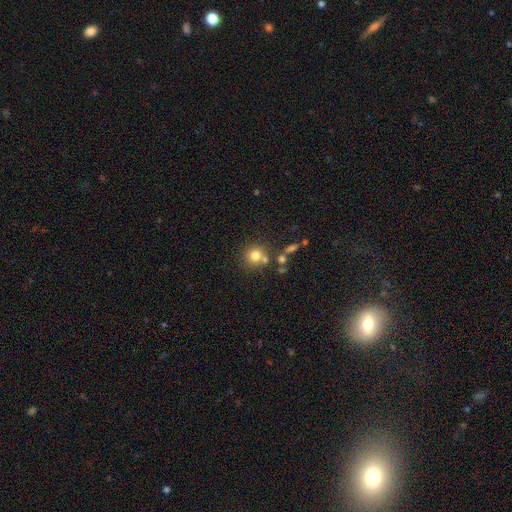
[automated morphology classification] Smooth or featured?
  - smooth: 76% *
  - star or artifact: 13%
  - featured or disk: 11%
How rounded?
  - round: 90% *
  - in between: 9%
  - cigar-shaped: 1%
Merging?
  - none: 65% *
  - merger: 21%
  - minor disturbance: 10%
  - major disturbance: 4%